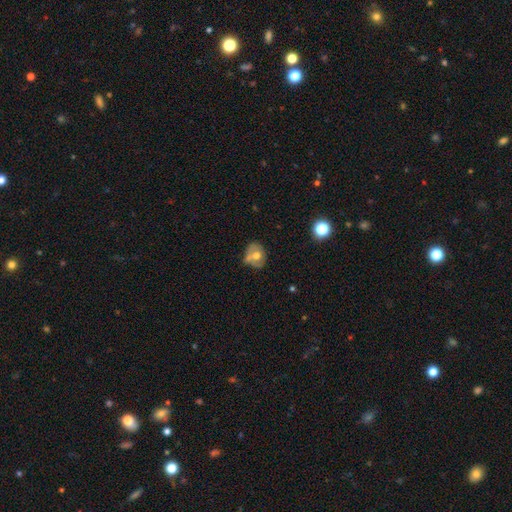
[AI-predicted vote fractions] Smooth or featured? smooth (50%)
Merging? none (46%)